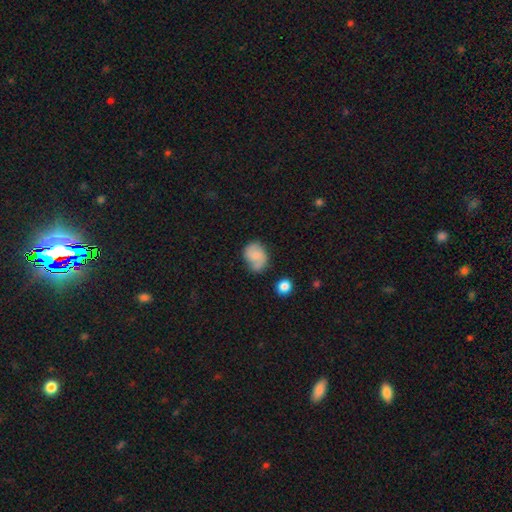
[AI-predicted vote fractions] The model was most divided on "how rounded": in between: 57%, round: 42%, cigar-shaped: 1%. More confident: smooth or featured — smooth (61%); merging — none (50%).